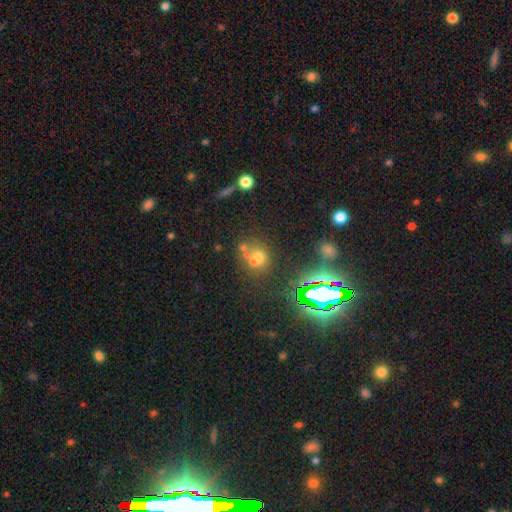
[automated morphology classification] A star or artifact, not a galaxy (52%).

Vote fractions:
- Smooth or featured? star or artifact: 52% / smooth: 37% / featured or disk: 12%